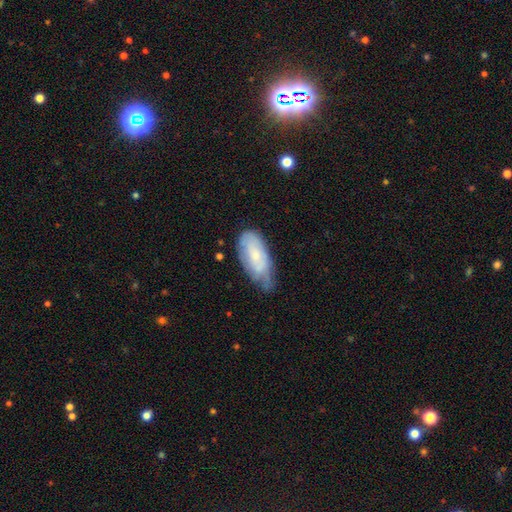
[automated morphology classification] A smooth galaxy with no disk features (52%) that is in between round and cigar-shaped (89%).

Vote fractions:
- Smooth or featured? smooth: 52% / featured or disk: 41% / star or artifact: 7%
- How rounded? in between: 89% / cigar-shaped: 9% / round: 3%
- Merging? none: 42% (tied) / minor disturbance: 42% (tied) / major disturbance: 14% / merger: 2%